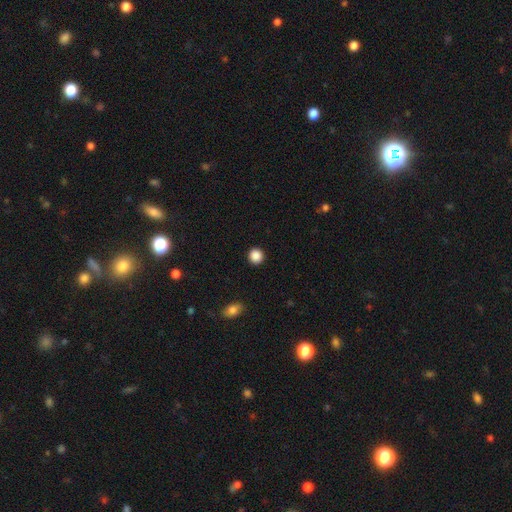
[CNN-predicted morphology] The model was most divided on "smooth or featured": smooth: 88%, star or artifact: 9%, featured or disk: 3%. More confident: how rounded — round (94%); merging — none (93%).